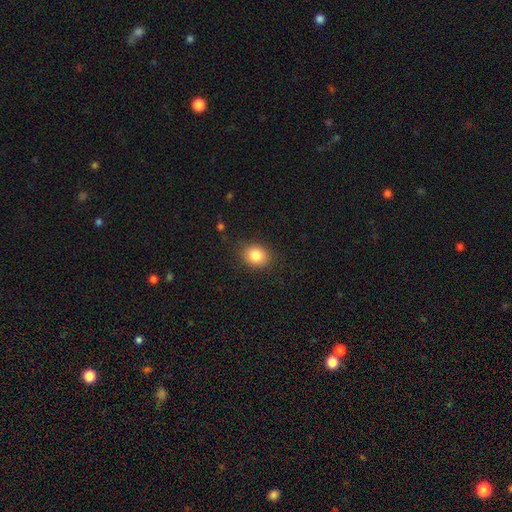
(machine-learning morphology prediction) Q: Smooth or featured?
A: smooth (84%); runner-up: star or artifact (10%)
Q: How rounded?
A: round (55%); runner-up: in between (44%)
Q: Merging?
A: none (86%); runner-up: minor disturbance (10%)